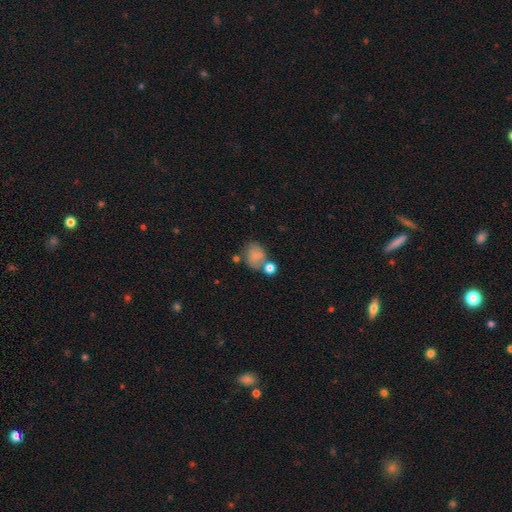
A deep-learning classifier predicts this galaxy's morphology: A smooth galaxy with no disk features (74%) that is in between round and cigar-shaped (57%). Merging: none (45%).